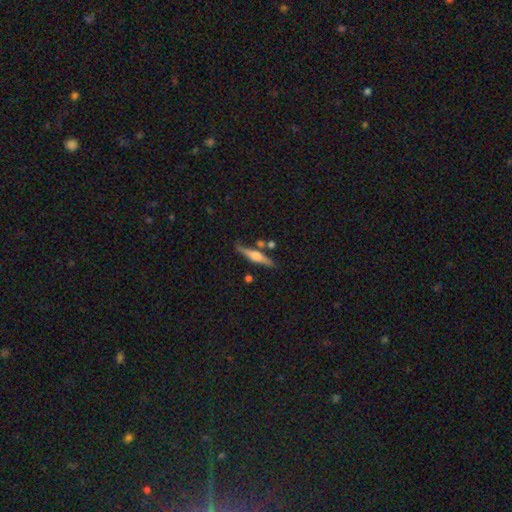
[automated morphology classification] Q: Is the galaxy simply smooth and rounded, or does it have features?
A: featured or disk — 59%.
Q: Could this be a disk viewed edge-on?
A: yes — 95%.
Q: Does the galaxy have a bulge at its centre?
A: rounded — 82%.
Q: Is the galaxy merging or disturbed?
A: none — 76%.